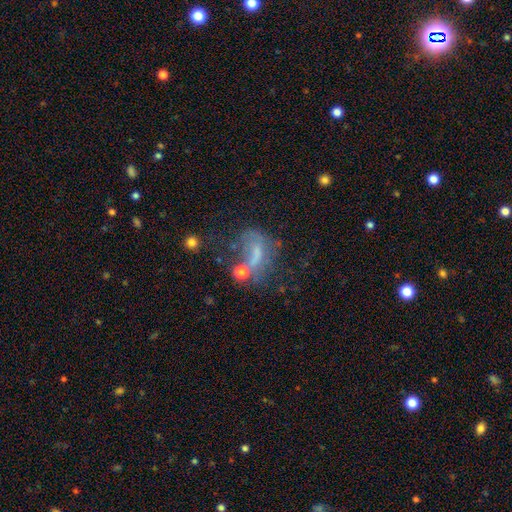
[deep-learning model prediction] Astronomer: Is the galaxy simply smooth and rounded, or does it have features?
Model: smooth — 41% (runner-up: featured or disk, 40%).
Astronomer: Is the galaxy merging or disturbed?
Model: major disturbance — 38% (runner-up: none, 27%).